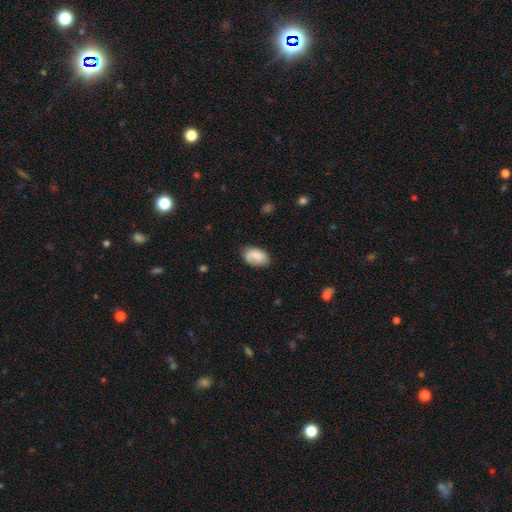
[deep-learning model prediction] Smooth or featured? Predicted: smooth (p=0.76). How rounded? Predicted: in between (p=0.89). Merging? Predicted: none (p=0.65).